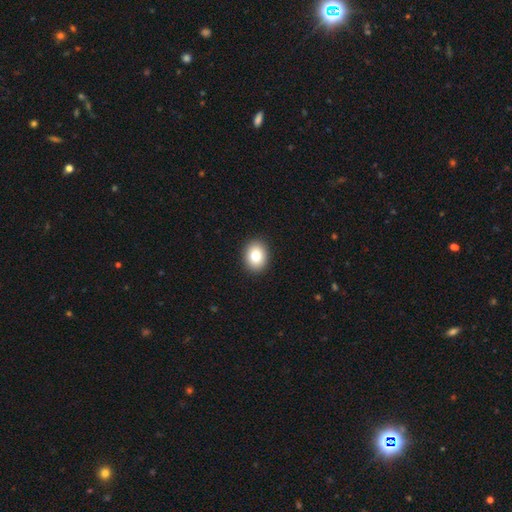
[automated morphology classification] The model was most divided on "how rounded": in between: 55%, round: 45%, cigar-shaped: 1%. More confident: merging — none (91%); smooth or featured — smooth (84%).